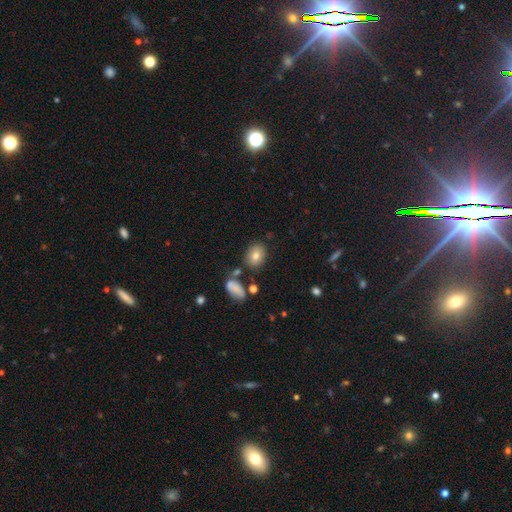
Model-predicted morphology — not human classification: A smooth galaxy with no disk features (79%) that is in between round and cigar-shaped (59%). Merging: none (76%).